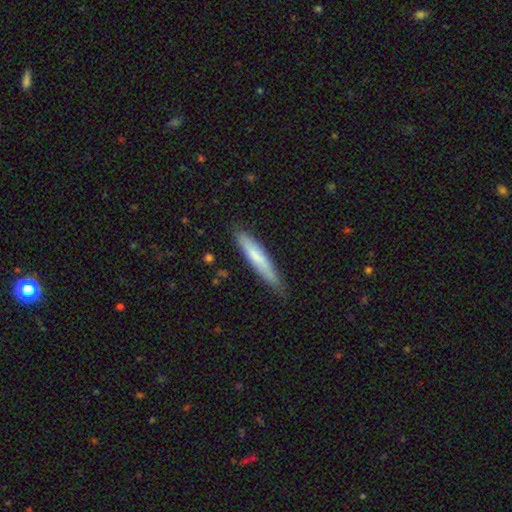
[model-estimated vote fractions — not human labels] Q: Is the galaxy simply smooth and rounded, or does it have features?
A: smooth — 69%.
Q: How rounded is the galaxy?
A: cigar-shaped — 91%.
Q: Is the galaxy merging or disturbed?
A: none — 76%.